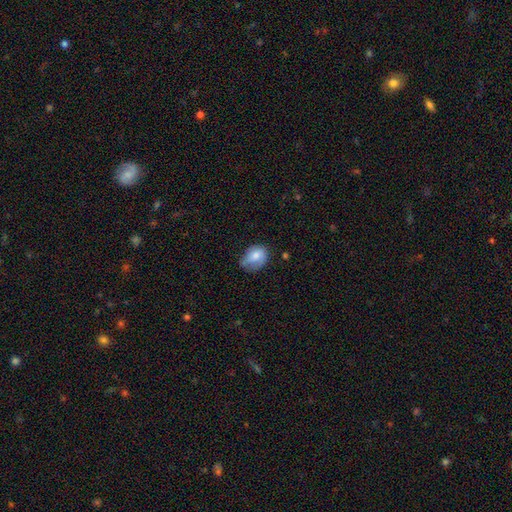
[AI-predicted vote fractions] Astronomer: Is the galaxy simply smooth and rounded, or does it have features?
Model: smooth — 70%.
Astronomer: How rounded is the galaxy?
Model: in between — 64%.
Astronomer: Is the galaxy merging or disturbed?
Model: none — 48% (runner-up: minor disturbance, 37%).